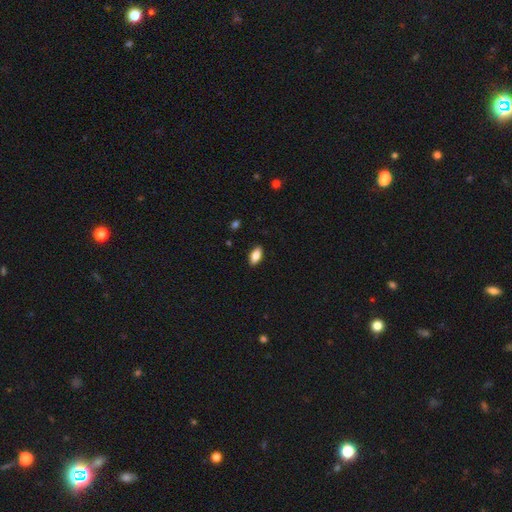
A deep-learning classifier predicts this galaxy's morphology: Smooth or featured? Predicted: smooth (p=0.77). How rounded? Predicted: in between (p=0.87). Merging? Predicted: none (p=0.88).